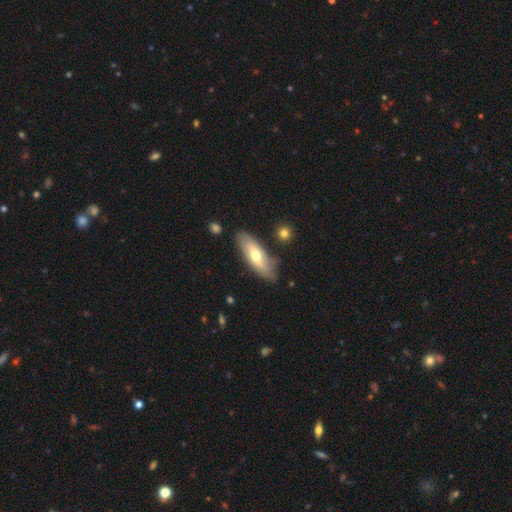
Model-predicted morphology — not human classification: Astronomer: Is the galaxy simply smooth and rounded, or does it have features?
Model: smooth — 53% (runner-up: featured or disk, 42%).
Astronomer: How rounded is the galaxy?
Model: in between — 59% (runner-up: cigar-shaped, 39%).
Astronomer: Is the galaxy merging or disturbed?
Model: none — 77%.